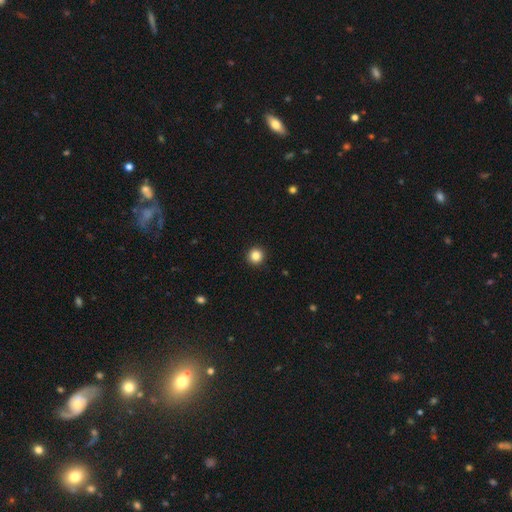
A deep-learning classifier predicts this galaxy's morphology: smooth_or_featured: smooth (p=0.85) [alt: star or artifact p=0.11]
how_rounded: round (p=0.96) [alt: in between p=0.04]
merging: none (p=0.93) [alt: minor disturbance p=0.04]